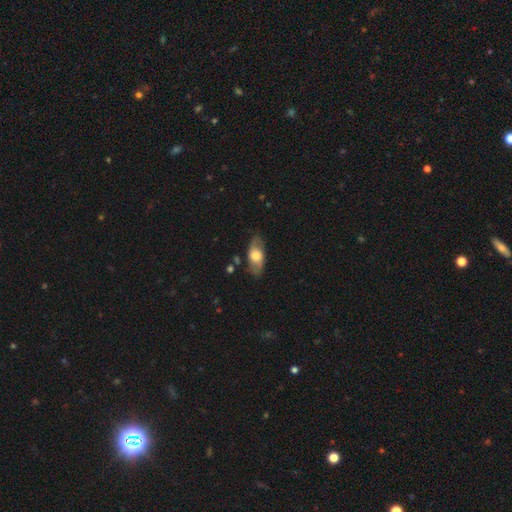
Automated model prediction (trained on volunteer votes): A smooth galaxy with no disk features (55%) that is in between round and cigar-shaped (86%).

Vote fractions:
- Smooth or featured? smooth: 55% / featured or disk: 39% / star or artifact: 6%
- How rounded? in between: 86% / cigar-shaped: 9% / round: 5%
- Merging? none: 79% / minor disturbance: 16% / major disturbance: 4% / merger: 2%